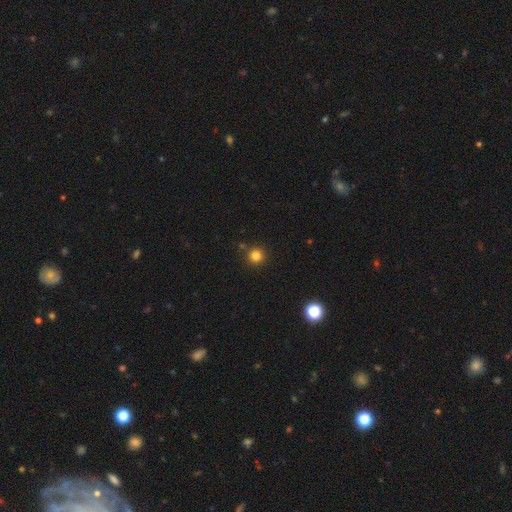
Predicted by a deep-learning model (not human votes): smooth-or-featured: smooth: 82% | star or artifact: 14% | featured or disk: 4%
  how-rounded: round: 95% | in between: 4% | cigar-shaped: 1%
  merging: none: 87% | minor disturbance: 6% | merger: 4% | major disturbance: 2%